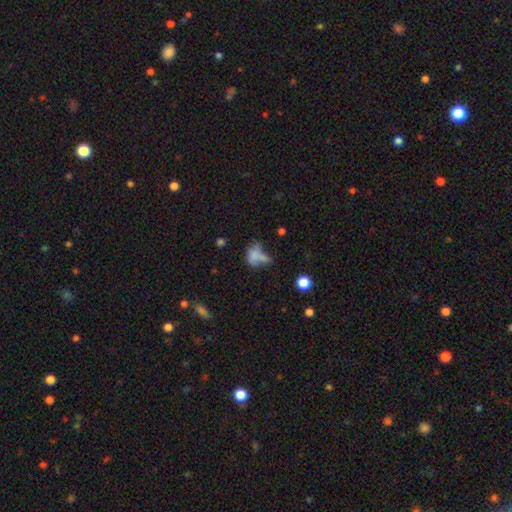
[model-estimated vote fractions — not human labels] Smooth or featured?
  - smooth: 65% *
  - featured or disk: 21%
  - star or artifact: 14%
How rounded?
  - in between: 73% *
  - round: 23%
  - cigar-shaped: 4%
Merging?
  - merger: 30% *
  - none: 28%
  - major disturbance: 23%
  - minor disturbance: 19%